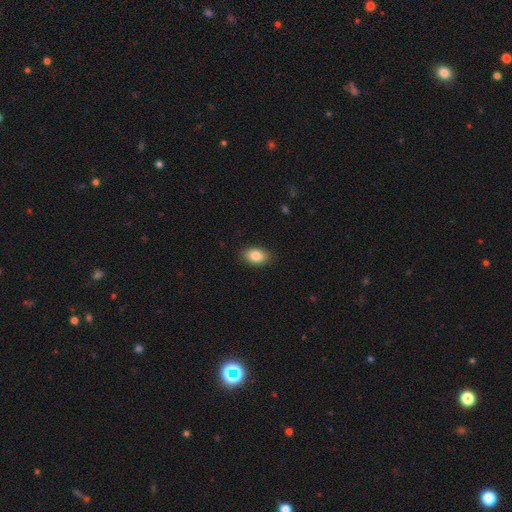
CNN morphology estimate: Smooth or featured? Predicted: smooth (p=0.86). How rounded? Predicted: in between (p=0.88). Merging? Predicted: none (p=0.87).